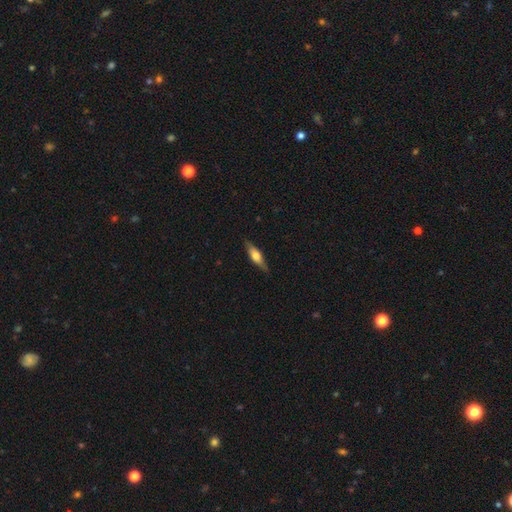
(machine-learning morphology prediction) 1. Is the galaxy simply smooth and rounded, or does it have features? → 48% featured or disk, 46% smooth, 6% star or artifact.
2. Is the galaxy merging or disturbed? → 85% none, 12% minor disturbance, 2% major disturbance, 1% merger.